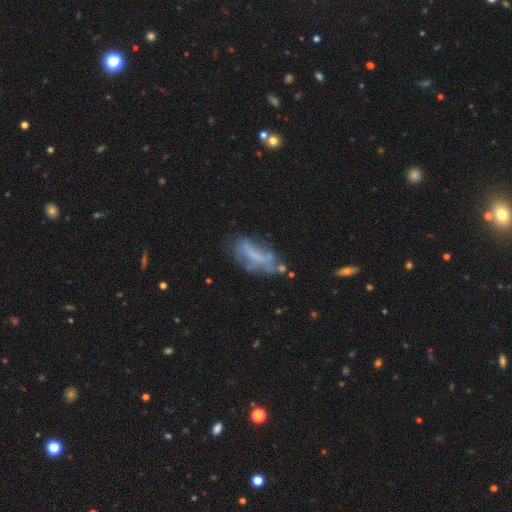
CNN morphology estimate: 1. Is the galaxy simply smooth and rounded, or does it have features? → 53% featured or disk, 36% smooth, 11% star or artifact.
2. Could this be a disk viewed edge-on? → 88% no, 12% yes.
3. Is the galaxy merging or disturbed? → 44% none, 26% minor disturbance, 21% major disturbance, 9% merger.